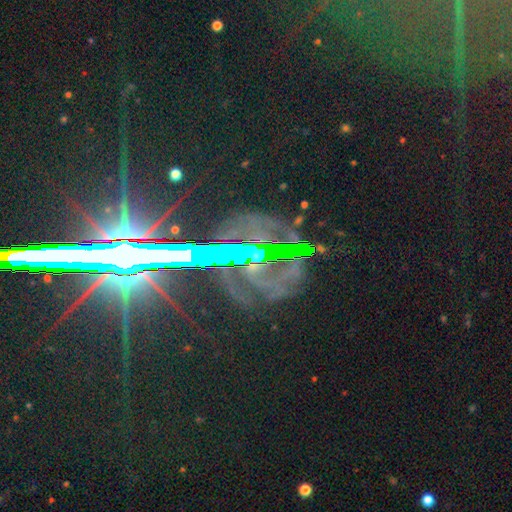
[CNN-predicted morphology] star or artifact 67%, featured or disk 24%, smooth 9%.